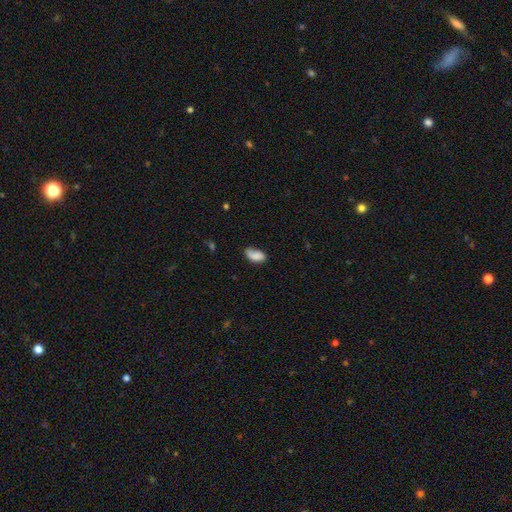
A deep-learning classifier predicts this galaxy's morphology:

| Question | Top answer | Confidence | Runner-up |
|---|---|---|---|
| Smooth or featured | smooth | 82% | featured or disk (11%) |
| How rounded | in between | 92% | round (4%) |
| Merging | none | 56% | minor disturbance (32%) |